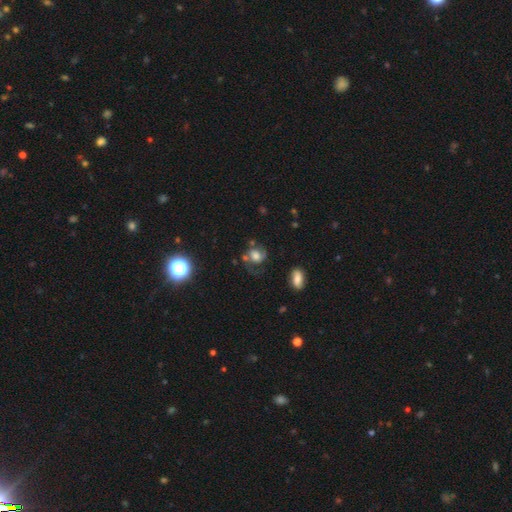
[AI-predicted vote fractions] The model was most divided on "smooth or featured": featured or disk: 46%, smooth: 40%, star or artifact: 14%. Remaining: merging — none (46%).